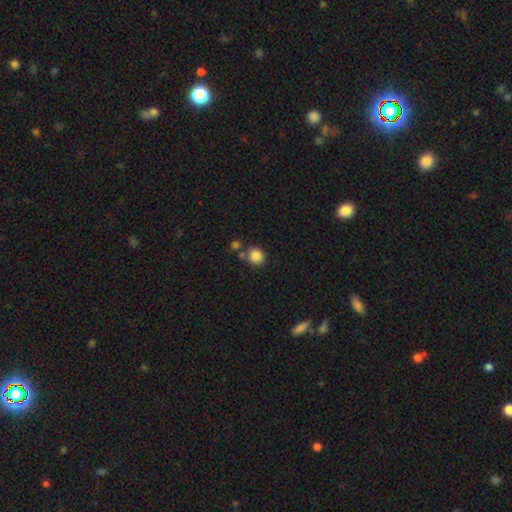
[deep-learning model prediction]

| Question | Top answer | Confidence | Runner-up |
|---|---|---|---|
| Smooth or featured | smooth | 86% | star or artifact (10%) |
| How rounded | round | 85% | in between (14%) |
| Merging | none | 73% | merger (14%) |